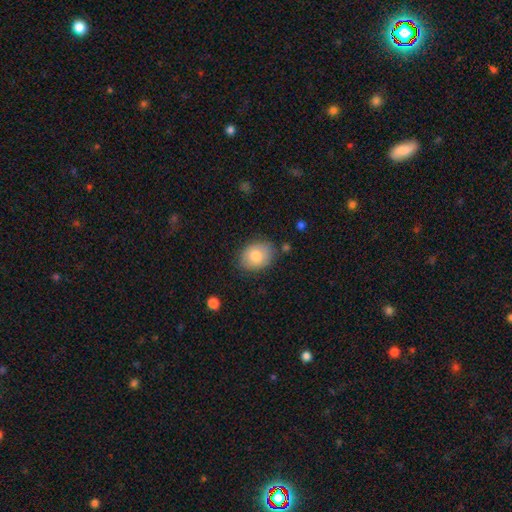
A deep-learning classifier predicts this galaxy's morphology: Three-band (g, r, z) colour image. It shows a smooth galaxy with no disk features (80%) that is in between round and cigar-shaped (62%). Merging: none (79%).